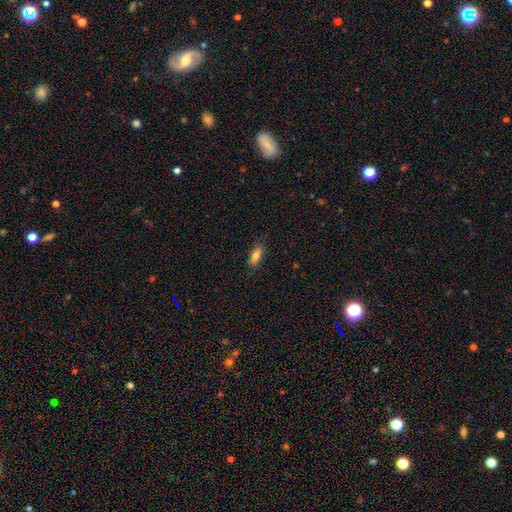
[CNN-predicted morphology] smooth-or-featured: smooth: 79% | featured or disk: 13% | star or artifact: 8%
  how-rounded: in between: 66% | cigar-shaped: 32% | round: 2%
  merging: none: 85% | minor disturbance: 12% | major disturbance: 2% | merger: 1%